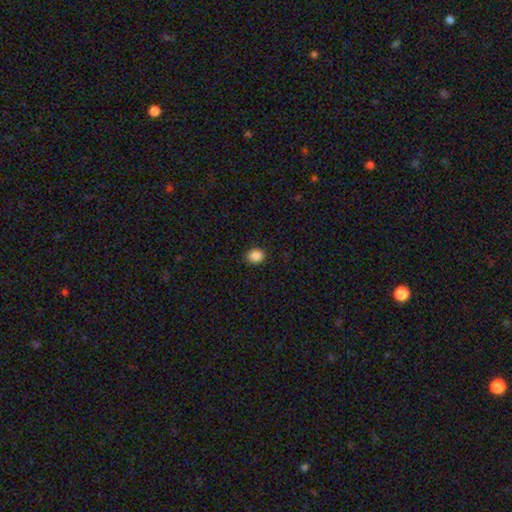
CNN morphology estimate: This appears to be a smooth galaxy with no disk features (88%) that is round (61%). Merging: none (90%).